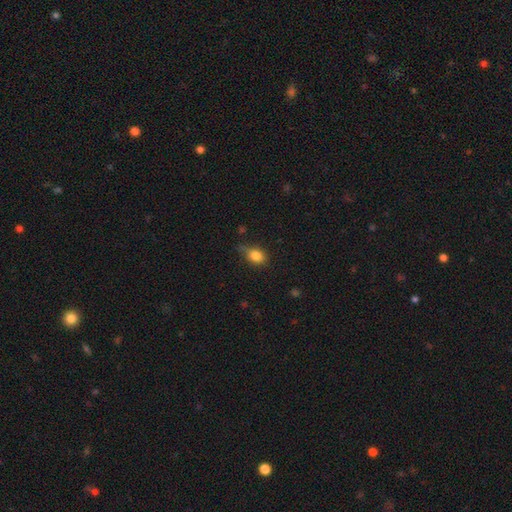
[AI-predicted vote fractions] This is clearly a smooth galaxy (82%). How rounded: likely in between (62%). Merging: possibly none (56%).